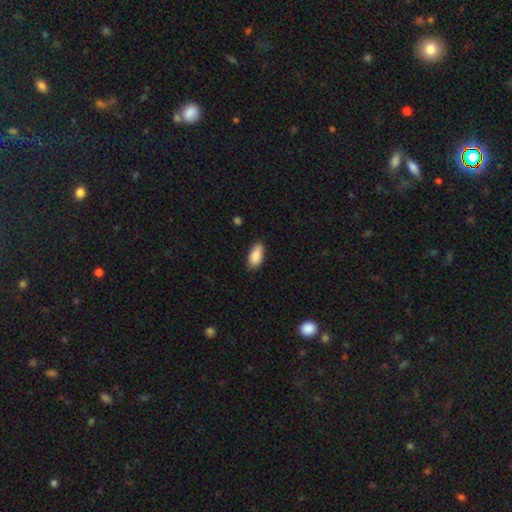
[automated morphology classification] Smooth or featured?
  - smooth: 89% *
  - star or artifact: 6%
  - featured or disk: 5%
How rounded?
  - in between: 91% *
  - cigar-shaped: 6%
  - round: 3%
Merging?
  - none: 82% *
  - minor disturbance: 15%
  - major disturbance: 2%
  - merger: 1%